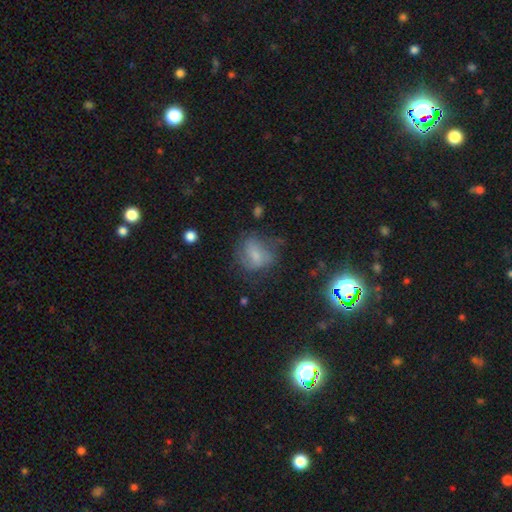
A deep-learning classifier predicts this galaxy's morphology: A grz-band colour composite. It shows a smooth galaxy with no disk features (51%) that is round (50%). Merging: none (49%).